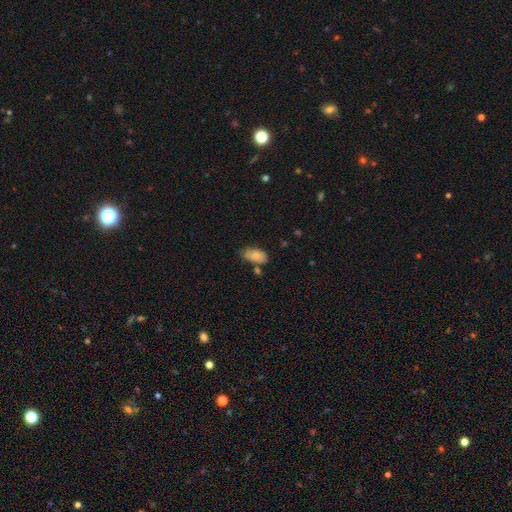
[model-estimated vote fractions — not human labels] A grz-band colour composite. It shows a smooth galaxy with no disk features (85%) that is in between round and cigar-shaped (92%). Merging: none (58%).